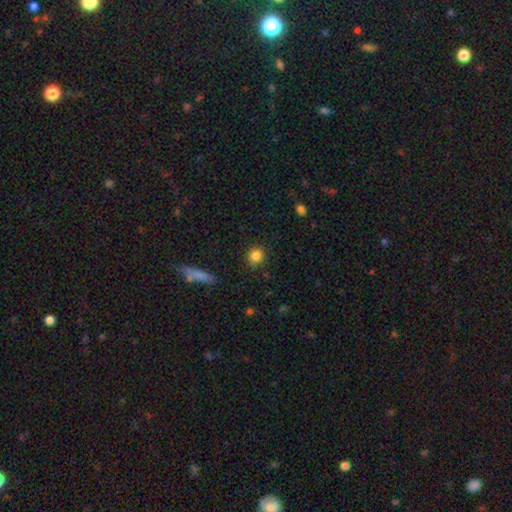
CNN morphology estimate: The model was most divided on "smooth or featured": smooth: 84%, star or artifact: 11%, featured or disk: 5%. More confident: merging — none (87%); how rounded — round (86%).